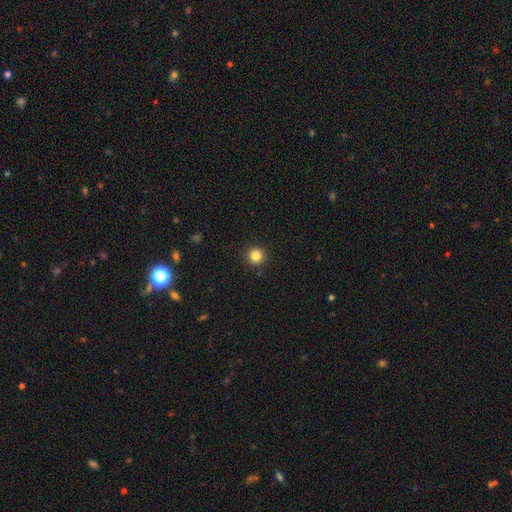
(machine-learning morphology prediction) Q: Smooth or featured?
A: smooth (84%); runner-up: star or artifact (12%)
Q: How rounded?
A: round (96%); runner-up: in between (4%)
Q: Merging?
A: none (93%); runner-up: minor disturbance (4%)